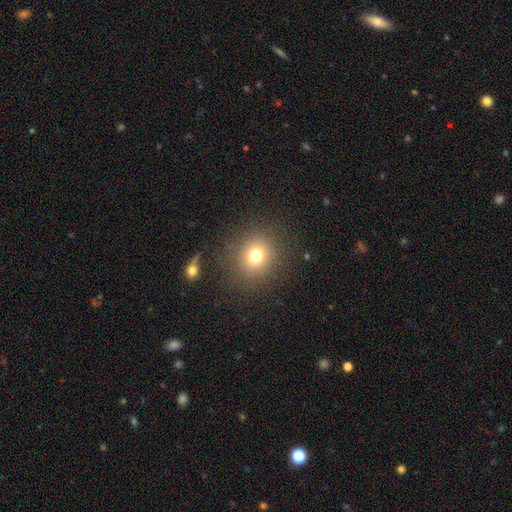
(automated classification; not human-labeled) Smooth or featured? smooth (74%)
How rounded? round (84%)
Merging? none (85%)